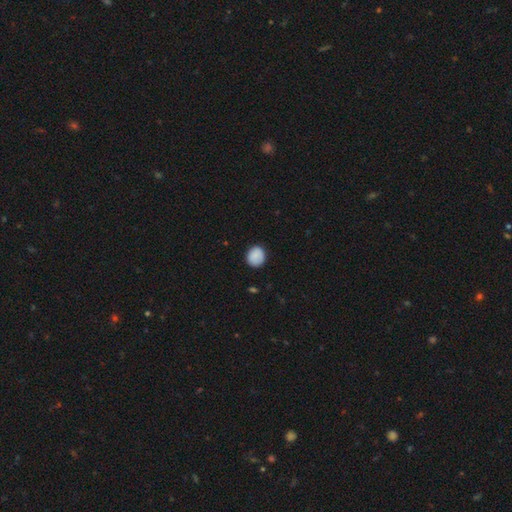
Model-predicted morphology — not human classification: Smooth or featured? smooth (88%)
How rounded? round (76%)
Merging? none (86%)